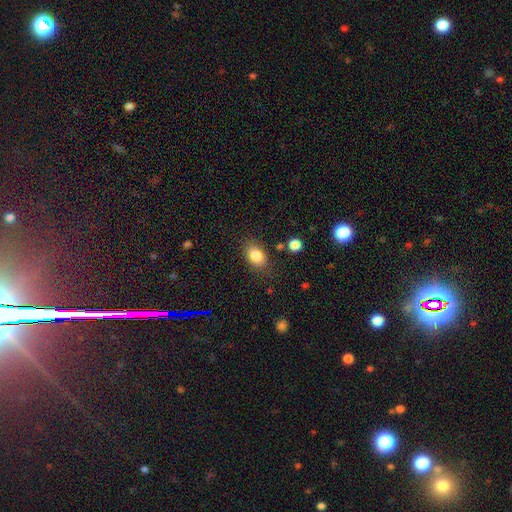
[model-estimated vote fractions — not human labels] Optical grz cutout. It shows a smooth galaxy with no disk features (84%) that is in between round and cigar-shaped (73%). Merging: none (79%).